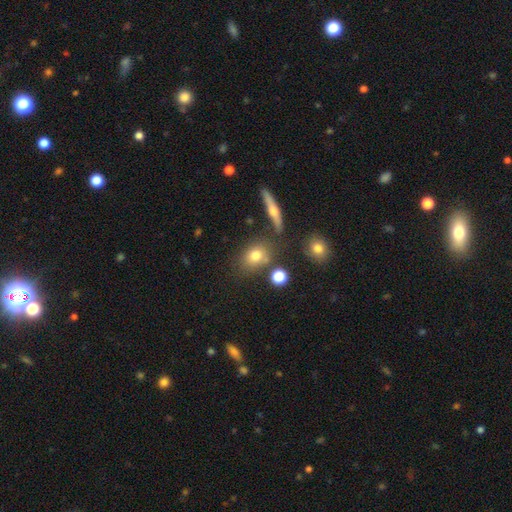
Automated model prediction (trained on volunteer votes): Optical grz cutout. It shows a smooth galaxy with no disk features (73%) that is in between round and cigar-shaped (49%). Merging: none (66%).